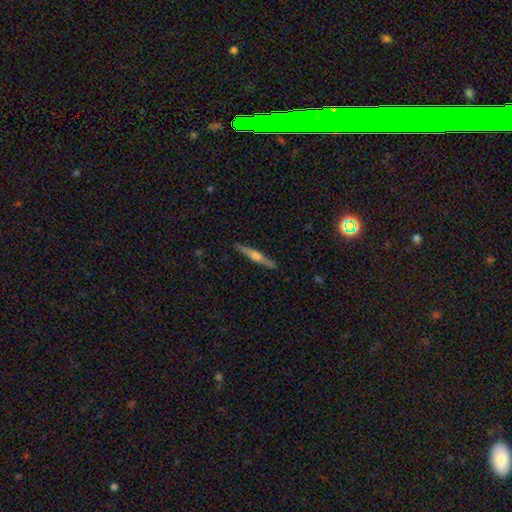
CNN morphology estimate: type=featured or disk (60%); edge-on=yes (97%); edge-on bulge=rounded (83%); merging=none (89%).